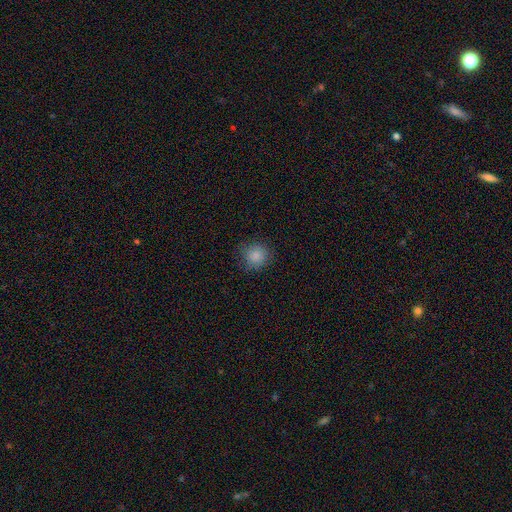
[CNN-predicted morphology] smooth_or_featured: smooth (p=0.86) [alt: star or artifact p=0.10]
how_rounded: round (p=0.91) [alt: in between p=0.08]
merging: none (p=0.85) [alt: minor disturbance p=0.11]